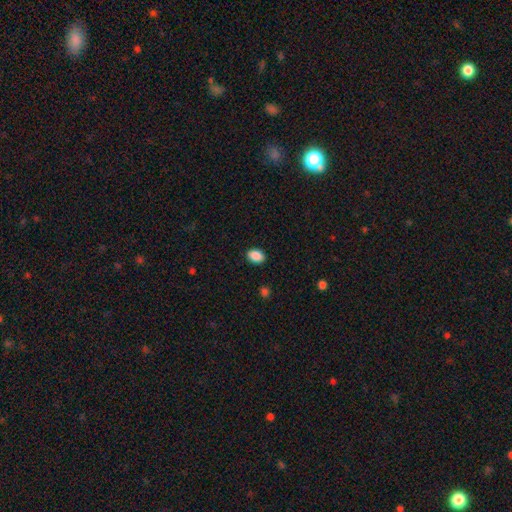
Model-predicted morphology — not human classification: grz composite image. It shows a smooth galaxy with no disk features (89%) that is in between round and cigar-shaped (82%). Merging: none (89%).